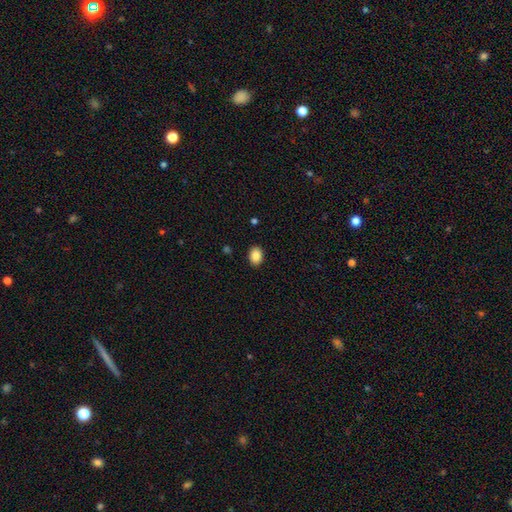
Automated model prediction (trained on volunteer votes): Smooth or featured? smooth (88%)
How rounded? in between (69%)
Merging? none (90%)